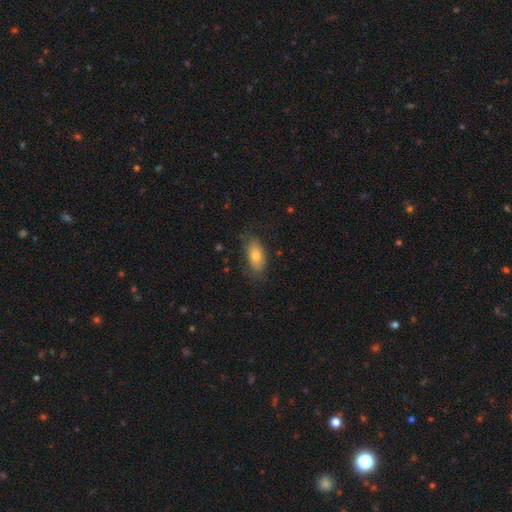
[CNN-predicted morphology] Smooth or featured? smooth (70%)
How rounded? in between (88%)
Merging? none (74%)